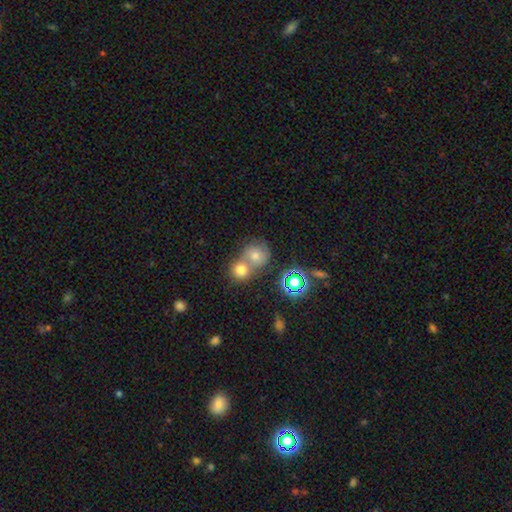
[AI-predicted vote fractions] This is likely a smooth galaxy (63%). How rounded: likely round (79%). Merging: possibly merger (56%).